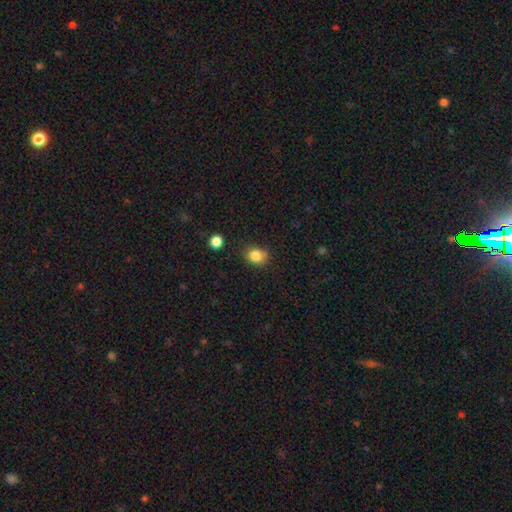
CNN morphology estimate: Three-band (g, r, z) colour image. It shows a smooth galaxy with no disk features (84%) that is round (59%). Merging: none (73%).